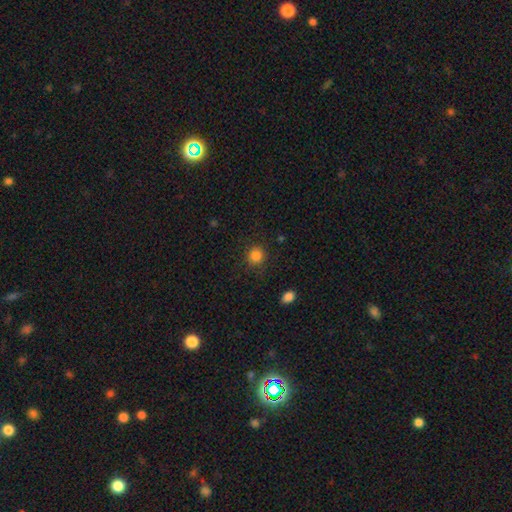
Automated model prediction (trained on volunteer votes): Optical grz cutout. It shows a smooth galaxy with no disk features (84%) that is round (88%). Merging: none (86%).